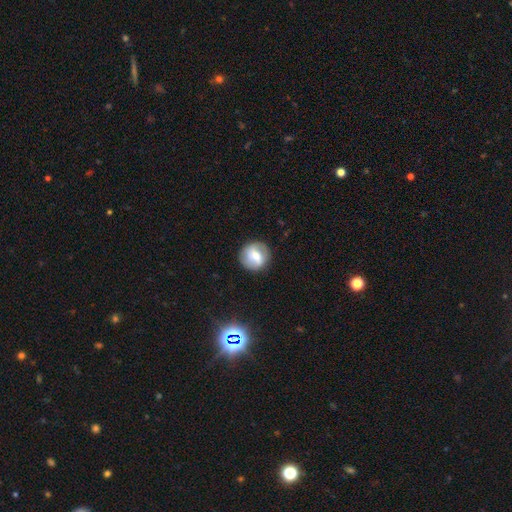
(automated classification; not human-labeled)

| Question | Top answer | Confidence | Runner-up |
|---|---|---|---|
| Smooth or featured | smooth | 53% | featured or disk (39%) |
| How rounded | round | 90% | in between (9%) |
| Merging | none | 85% | minor disturbance (10%) |